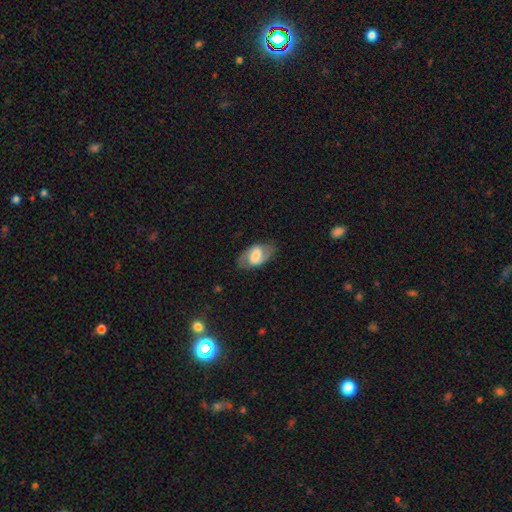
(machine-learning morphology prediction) Overall: featured or disk (56%; smooth 37%). Edge-on disk: no (94%). Bar: weak (43%; strong 39%). Spiral arms: yes (75%). Bulge size: moderate (34%; large 27%). Merging: none (77%).